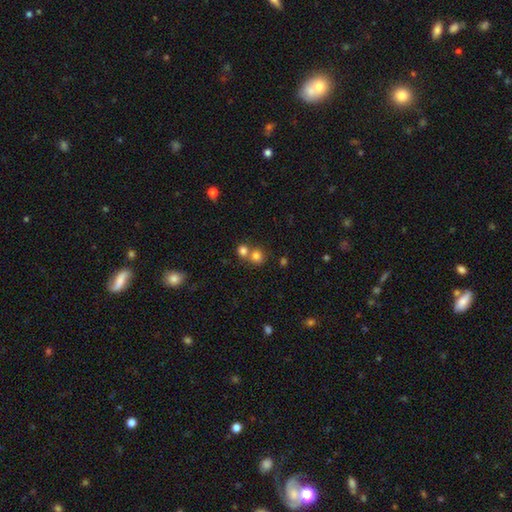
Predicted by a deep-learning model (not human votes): The model was most divided on "merging": none: 48%, merger: 44%, minor disturbance: 6%, major disturbance: 2%. More confident: how rounded — round (85%); smooth or featured — smooth (79%).